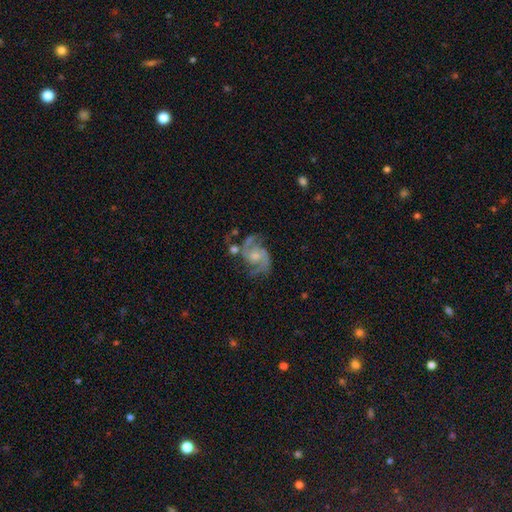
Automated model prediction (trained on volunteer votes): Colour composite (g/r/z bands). It shows a featured or disk galaxy (87%) with no bar (60%), 2 (82%) medium (57%) spiral arms (97%) and a moderate central bulge (43%). Merging: none (55%).